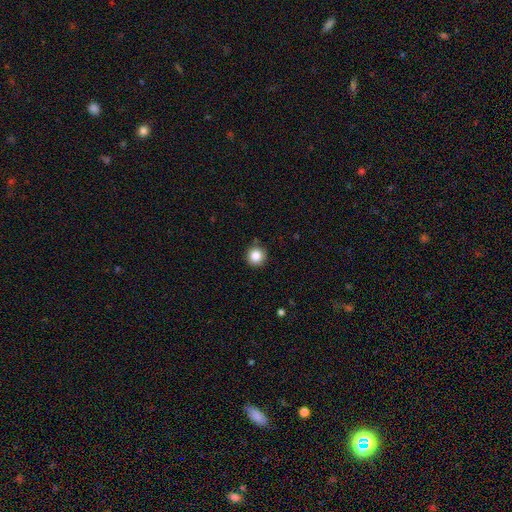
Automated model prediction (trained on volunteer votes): Morphology: type=smooth (85%); roundness=round (94%); merging=none (87%).